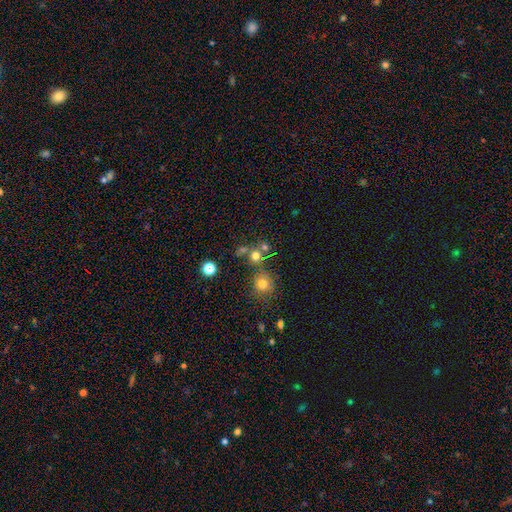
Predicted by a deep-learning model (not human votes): Smooth or featured? Predicted: smooth (p=0.67). How rounded? Predicted: round (p=0.89). Merging? Predicted: none (p=0.62).